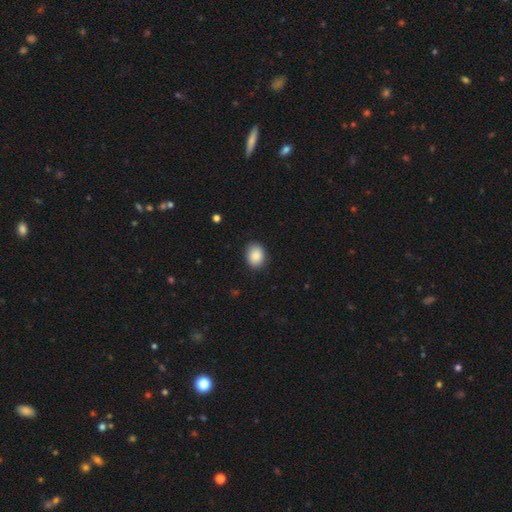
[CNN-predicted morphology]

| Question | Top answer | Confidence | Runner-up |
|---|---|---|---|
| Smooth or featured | smooth | 88% | star or artifact (8%) |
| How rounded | in between | 65% | round (35%) |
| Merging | none | 87% | minor disturbance (10%) |